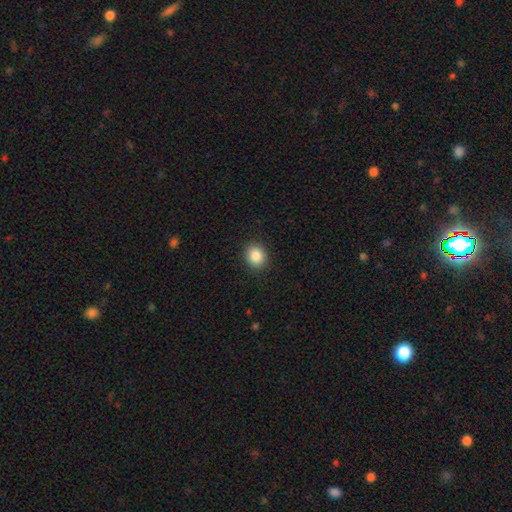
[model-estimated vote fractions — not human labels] smooth-or-featured: smooth: 86% | star or artifact: 9% | featured or disk: 5%
  how-rounded: round: 64% | in between: 35% | cigar-shaped: 1%
  merging: none: 90% | minor disturbance: 7% | major disturbance: 2% | merger: 1%